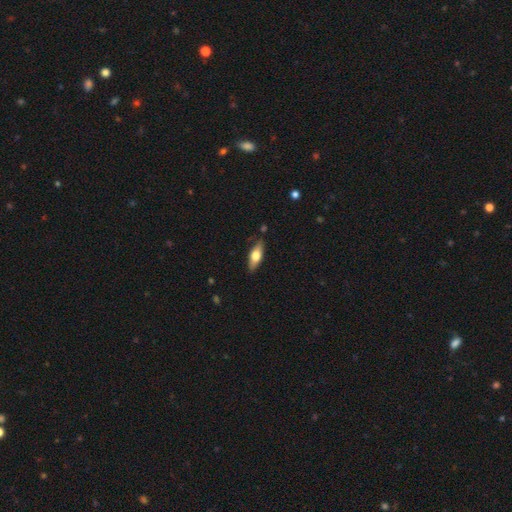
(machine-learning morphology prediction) smooth 54%, featured or disk 40%, star or artifact 6%. Down the decision tree: how rounded — in between (61%); merging — none (83%).